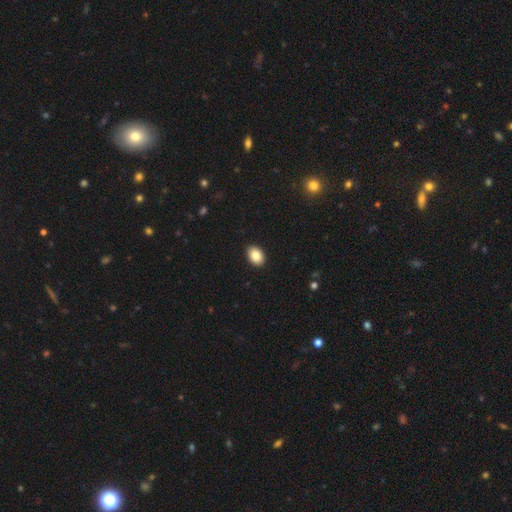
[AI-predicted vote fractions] Smooth or featured?
  - smooth: 86% *
  - star or artifact: 8%
  - featured or disk: 6%
How rounded?
  - in between: 82% *
  - round: 17%
  - cigar-shaped: 1%
Merging?
  - none: 90% *
  - minor disturbance: 7%
  - major disturbance: 2%
  - merger: 1%